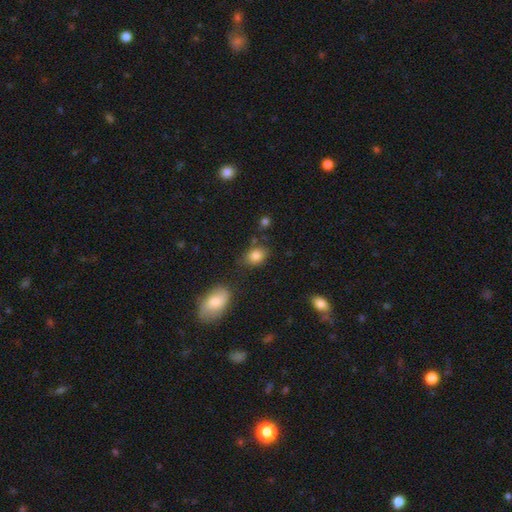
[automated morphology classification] A smooth galaxy with no disk features (84%) that is in between round and cigar-shaped (74%).

Vote fractions:
- Smooth or featured? smooth: 84% / star or artifact: 9% / featured or disk: 7%
- How rounded? in between: 74% / round: 25% / cigar-shaped: 1%
- Merging? none: 74% / minor disturbance: 16% / merger: 6% / major disturbance: 4%